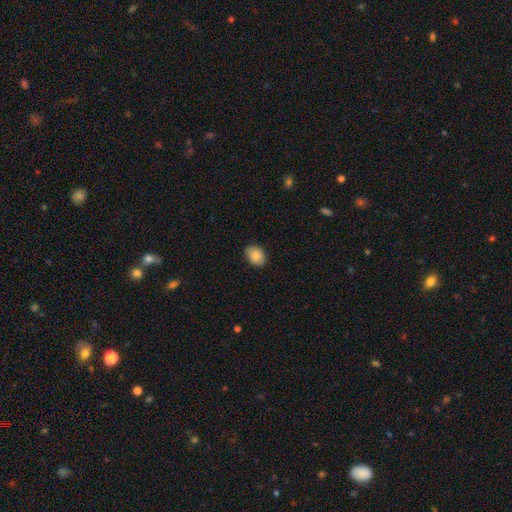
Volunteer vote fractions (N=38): A smooth galaxy with no disk features (92%) that is in between round and cigar-shaped (66%).

Vote fractions:
- Smooth or featured? smooth: 92% / featured or disk: 5% / star or artifact: 3%
- How rounded? in between: 66% / round: 34% / cigar-shaped: 0%
- Merging? none: 65% / minor disturbance: 35% / major disturbance: 0% / merger: 0%